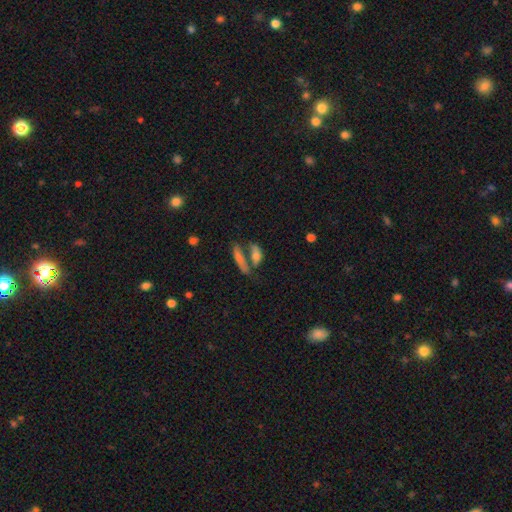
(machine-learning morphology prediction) Smooth or featured?
  - smooth: 68% *
  - featured or disk: 22%
  - star or artifact: 10%
How rounded?
  - in between: 57% *
  - cigar-shaped: 37%
  - round: 6%
Merging?
  - merger: 43% *
  - none: 38%
  - minor disturbance: 11%
  - major disturbance: 8%